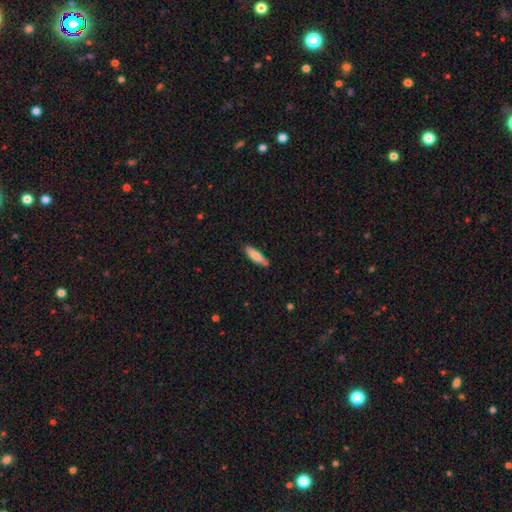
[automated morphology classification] This appears to be a smooth galaxy with no disk features (80%) that is cigar-shaped (61%). Merging: none (82%).